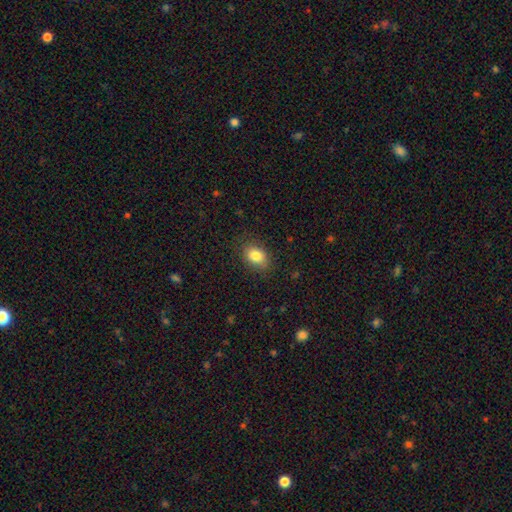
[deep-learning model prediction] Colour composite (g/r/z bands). It shows a smooth galaxy with no disk features (84%) that is in between round and cigar-shaped (76%). Merging: none (83%).